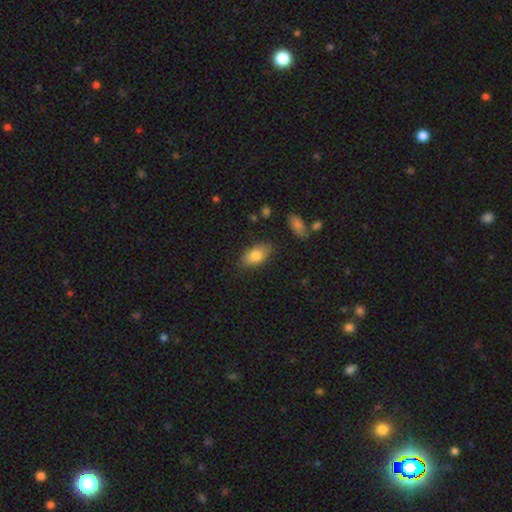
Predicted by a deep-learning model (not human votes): A smooth galaxy with no disk features (80%) that is in between round and cigar-shaped (90%).

Vote fractions:
- Smooth or featured? smooth: 80% / featured or disk: 12% / star or artifact: 7%
- How rounded? in between: 90% / round: 7% / cigar-shaped: 3%
- Merging? none: 80% / minor disturbance: 15% / major disturbance: 3% / merger: 2%